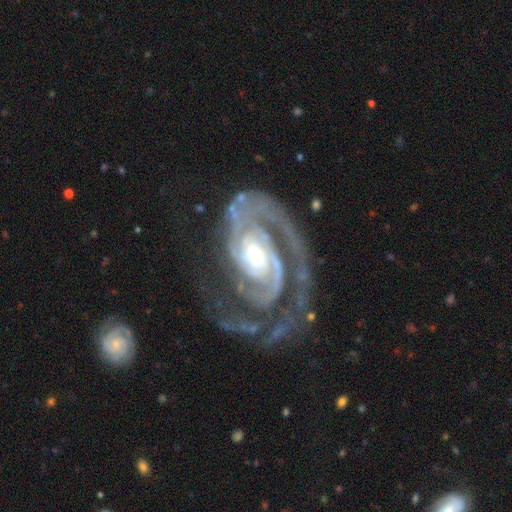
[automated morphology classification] The model was most divided on "bulge size": small: 56%, moderate: 35%, large: 6%, none: 2%, dominant: 1%. More confident: spiral arms — yes (98%); edge-on disk — no (98%); smooth or featured — featured or disk (93%); spiral arm count — 2 (65%); spiral winding — tight (60%); bar — no (59%); merging — none (51%).